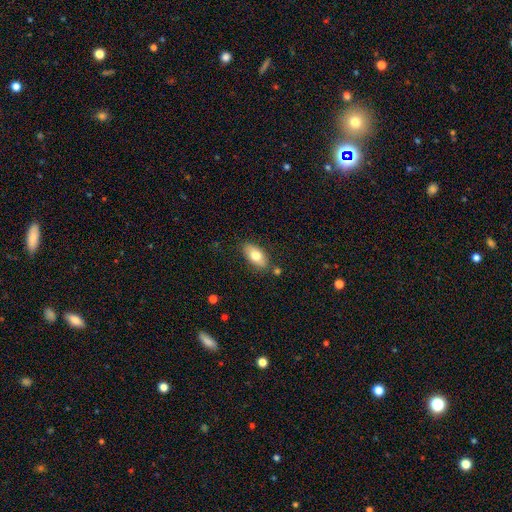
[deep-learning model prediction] Smooth or featured? smooth (74%)
How rounded? in between (90%)
Merging? none (79%)